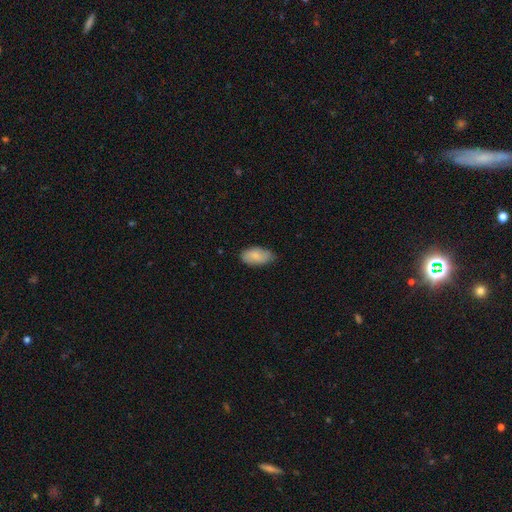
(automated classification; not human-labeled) A smooth galaxy with no disk features (83%) that is in between round and cigar-shaped (94%). Merging: none (68%).